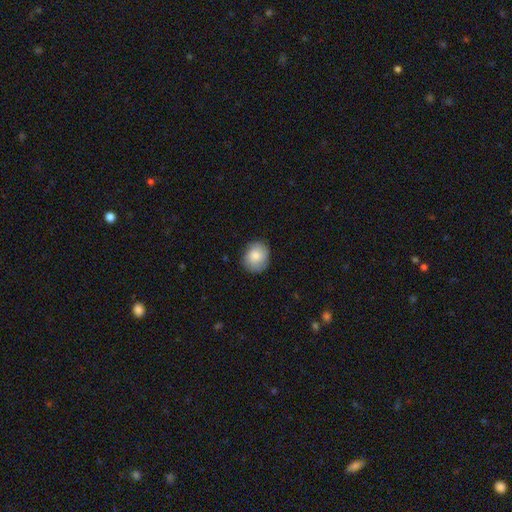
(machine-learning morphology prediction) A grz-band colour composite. It shows a smooth galaxy with no disk features (82%) that is round (68%). Merging: none (82%).